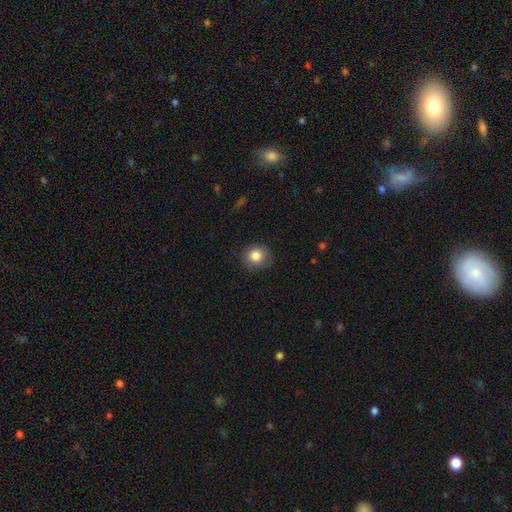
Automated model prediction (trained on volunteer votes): Morphology: type=smooth (84%); roundness=round (86%); merging=none (86%).